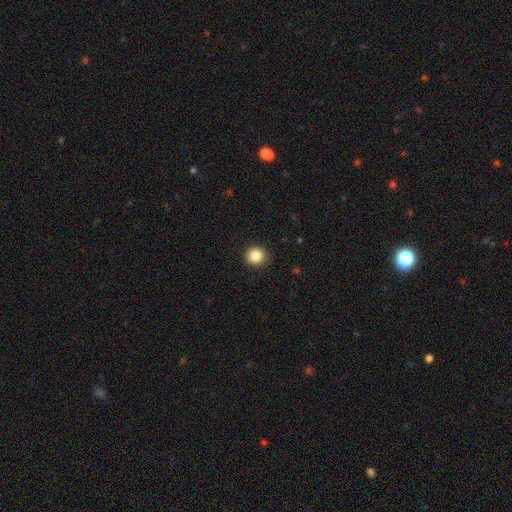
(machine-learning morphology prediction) smooth_or_featured: smooth (p=0.85) [alt: star or artifact p=0.10]
how_rounded: round (p=0.91) [alt: in between p=0.08]
merging: none (p=0.92) [alt: minor disturbance p=0.06]